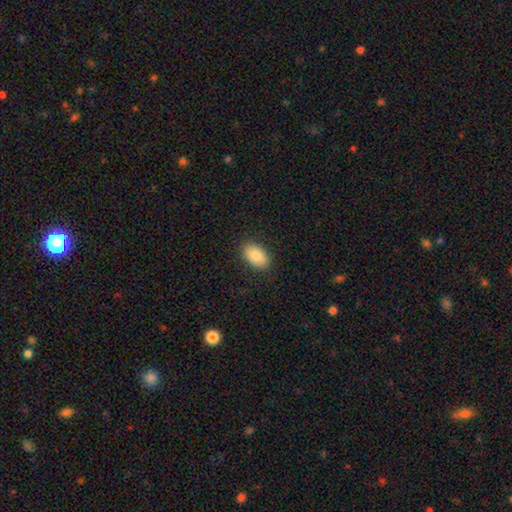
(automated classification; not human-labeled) Smooth or featured? Predicted: smooth (p=0.84). How rounded? Predicted: in between (p=0.91). Merging? Predicted: none (p=0.89).